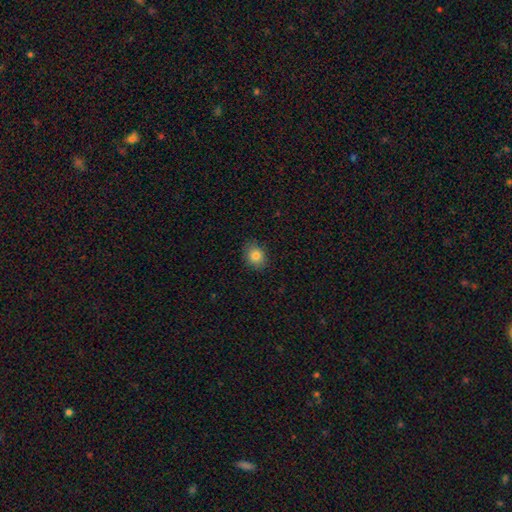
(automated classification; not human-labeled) Smooth or featured? smooth (82%)
How rounded? round (54%)
Merging? none (87%)